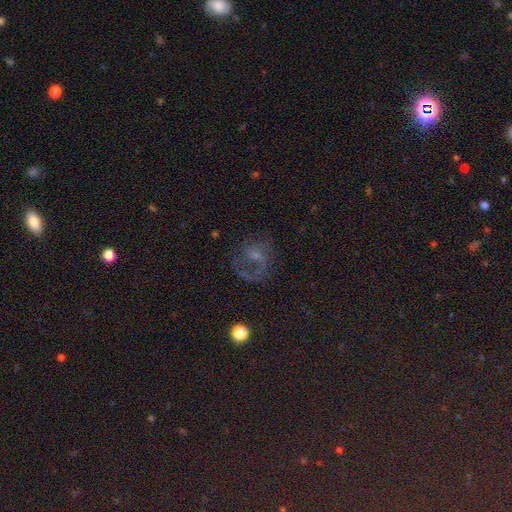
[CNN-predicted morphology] A featured or disk galaxy (66%) with no bar (46%), 2 (42%, tied with 1) medium (48%) spiral arms (85%) and a small central bulge (44%).

Vote fractions:
- Smooth or featured? featured or disk: 66% / smooth: 17% / star or artifact: 17%
- Edge-on disk? no: 98% / yes: 2%
- Bar? no: 46% / weak: 44% / strong: 9%
- Spiral arms? yes: 85% / no: 15%
- Spiral winding? medium: 48% / loose: 36% / tight: 16%
- Spiral arm count? 2: 42% (tied) / 1: 42% (tied) / can't tell: 10% / 3: 3% / 4: 2% / more than 4: 2%
- Bulge size? small: 44% / moderate: 25% / none: 25% / large: 4% / dominant: 2%
- Merging? none: 53% / major disturbance: 27% / minor disturbance: 17% / merger: 3%